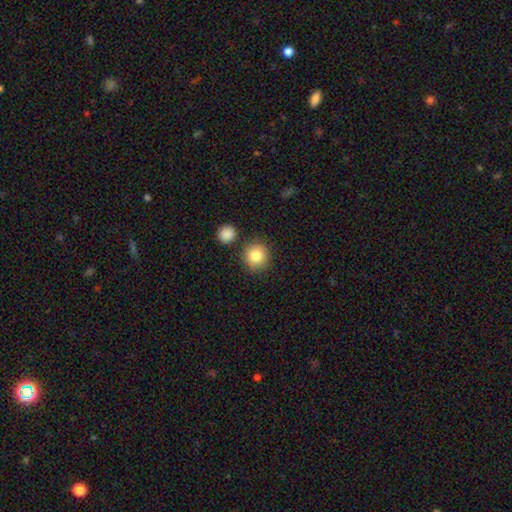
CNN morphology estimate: This is clearly a smooth galaxy (84%). How rounded: clearly round (91%). Merging: clearly none (84%).